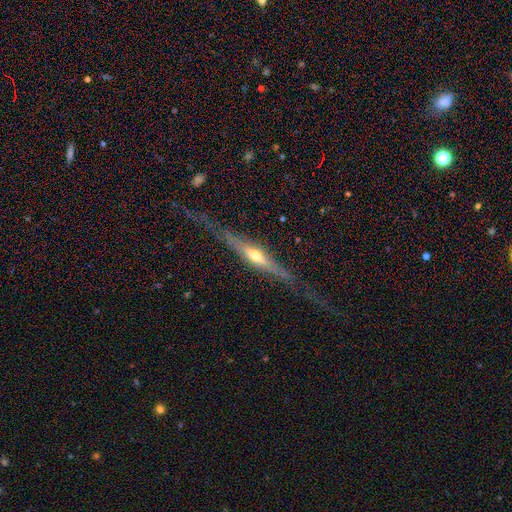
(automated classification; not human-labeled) The model was most divided on "smooth or featured": featured or disk: 75%, smooth: 19%, star or artifact: 6%. More confident: edge-on disk — yes (94%); edge-on bulge — rounded (80%); merging — none (76%).